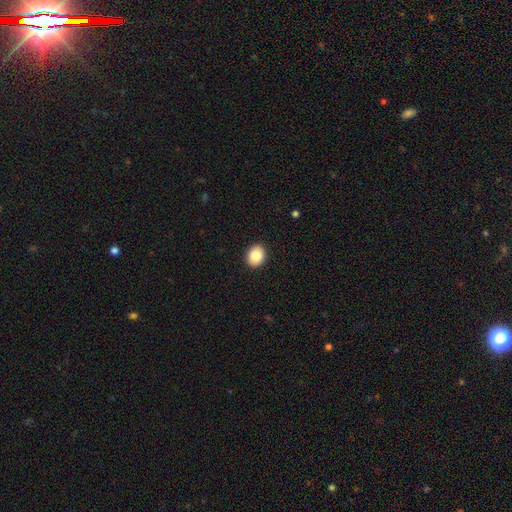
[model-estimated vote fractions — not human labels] Smooth or featured: smooth — 86% (star or artifact — 8%)
How rounded: round — 51% (in between — 48%)
Merging: none — 91% (minor disturbance — 6%)